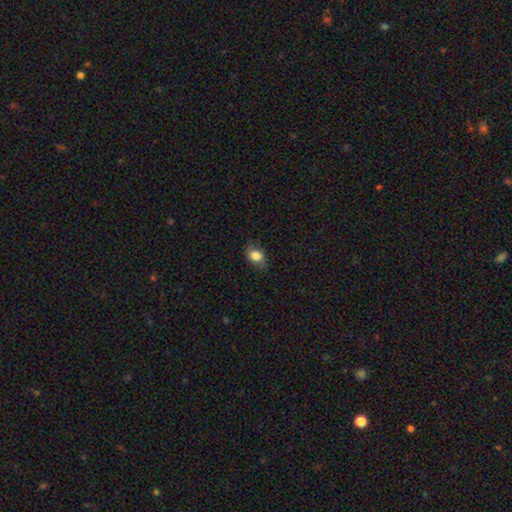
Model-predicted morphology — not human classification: Q: Smooth or featured?
A: smooth (82%); runner-up: featured or disk (10%)
Q: How rounded?
A: in between (73%); runner-up: round (26%)
Q: Merging?
A: none (71%); runner-up: minor disturbance (22%)